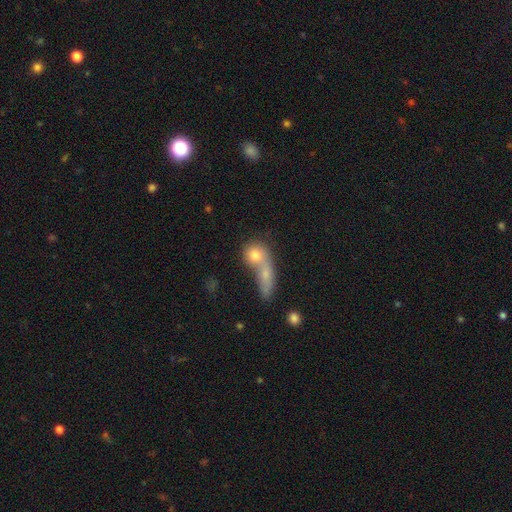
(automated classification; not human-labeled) smooth 73%, featured or disk 17%, star or artifact 10%. Down the decision tree: how rounded — round (67%); merging — merger (60%).